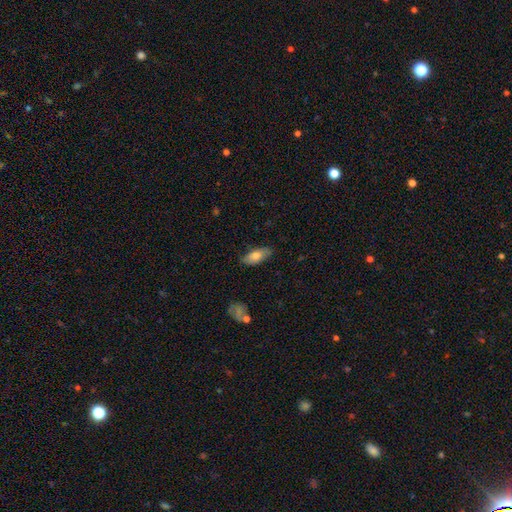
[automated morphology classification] This appears to be a smooth galaxy with no disk features (74%) that is in between round and cigar-shaped (83%). Merging: none (79%).